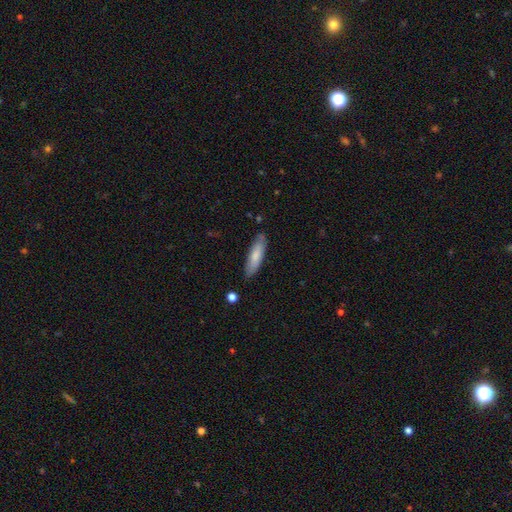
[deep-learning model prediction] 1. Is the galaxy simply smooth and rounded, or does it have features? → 77% smooth, 17% featured or disk, 5% star or artifact.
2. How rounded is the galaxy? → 59% cigar-shaped, 39% in between, 1% round.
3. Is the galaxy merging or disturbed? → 83% none, 13% minor disturbance, 2% major disturbance, 2% merger.